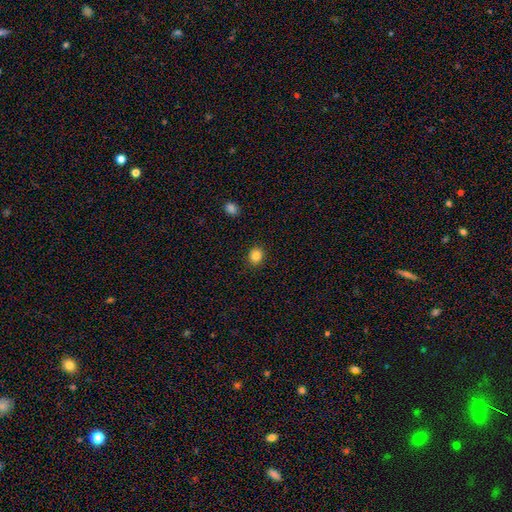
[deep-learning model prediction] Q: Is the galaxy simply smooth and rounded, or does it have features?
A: smooth — 84%.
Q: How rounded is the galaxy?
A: round — 72%.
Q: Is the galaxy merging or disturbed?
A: none — 90%.